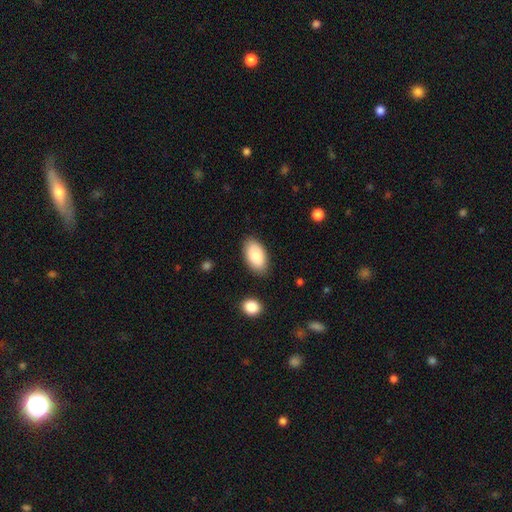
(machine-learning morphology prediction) The model was most divided on "merging": none: 85%, minor disturbance: 11%, major disturbance: 2%, merger: 2%. More confident: how rounded — in between (95%); smooth or featured — smooth (88%).